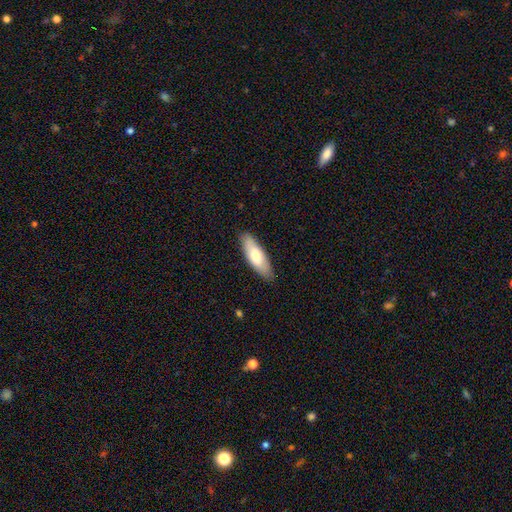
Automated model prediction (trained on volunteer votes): Q: Smooth or featured?
A: smooth (70%); runner-up: featured or disk (25%)
Q: How rounded?
A: in between (58%); runner-up: cigar-shaped (41%)
Q: Merging?
A: none (87%); runner-up: minor disturbance (10%)